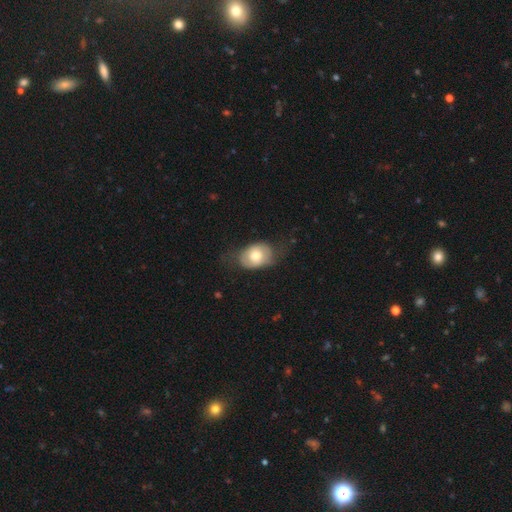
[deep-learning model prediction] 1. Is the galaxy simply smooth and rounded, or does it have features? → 65% smooth, 28% featured or disk, 7% star or artifact.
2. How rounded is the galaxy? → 72% in between, 27% round, 1% cigar-shaped.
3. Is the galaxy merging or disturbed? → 53% none, 29% minor disturbance, 16% major disturbance, 2% merger.